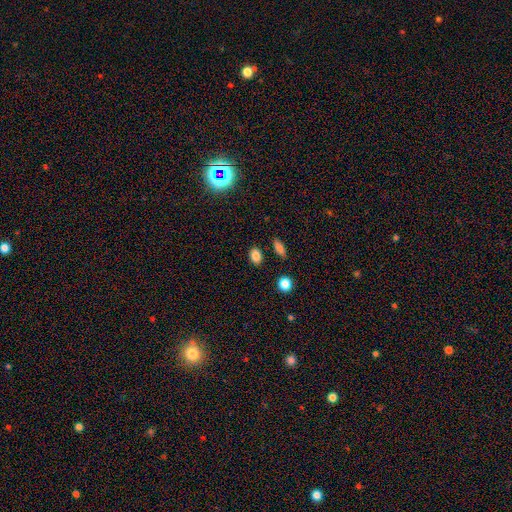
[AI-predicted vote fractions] smooth_or_featured: smooth (p=0.83) [alt: star or artifact p=0.11]
how_rounded: in between (p=0.75) [alt: round p=0.23]
merging: none (p=0.86) [alt: minor disturbance p=0.08]